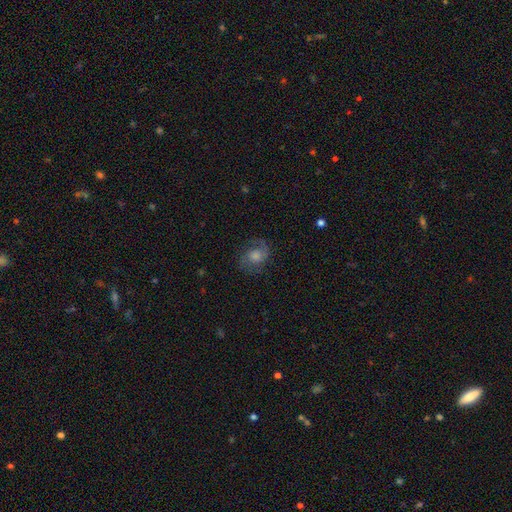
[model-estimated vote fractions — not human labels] Morphology: type=featured or disk (66%); edge-on=no (97%); bar=no (65%); spiral arms=yes (92%); winding=medium (50%); arm count=2 (81%); bulge=moderate (52%); merging=none (76%).